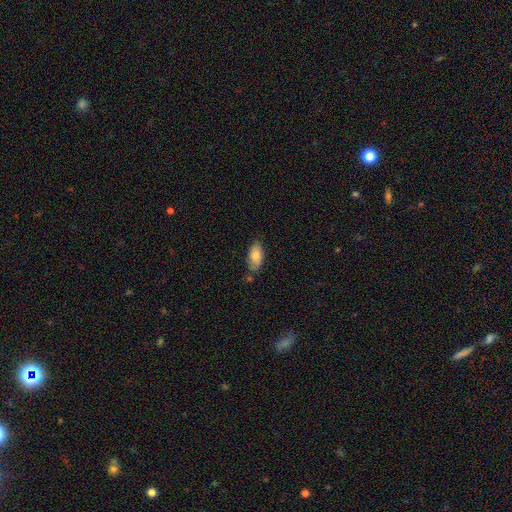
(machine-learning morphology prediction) Q: Smooth or featured?
A: smooth (79%); runner-up: featured or disk (14%)
Q: How rounded?
A: in between (91%); runner-up: cigar-shaped (6%)
Q: Merging?
A: none (68%); runner-up: minor disturbance (22%)